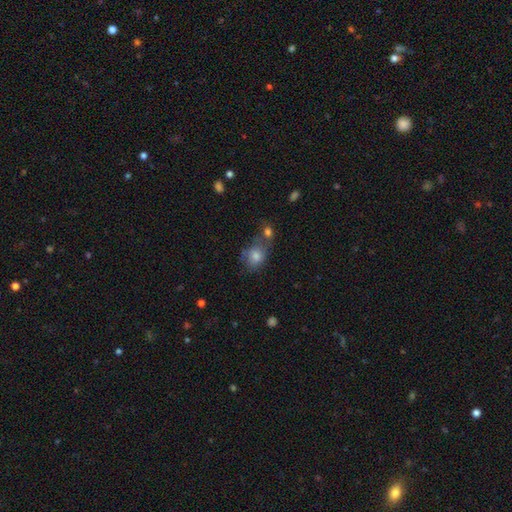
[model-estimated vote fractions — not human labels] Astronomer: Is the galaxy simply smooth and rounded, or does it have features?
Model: smooth — 63%.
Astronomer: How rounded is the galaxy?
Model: round — 54% (runner-up: in between, 45%).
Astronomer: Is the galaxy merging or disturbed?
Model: none — 41% (runner-up: merger, 29%).